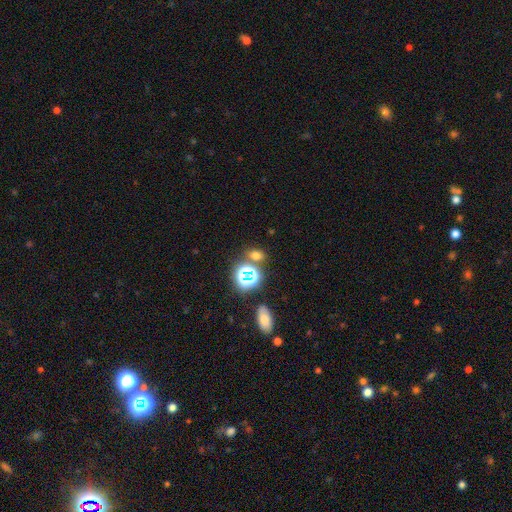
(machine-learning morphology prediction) This appears to be a smooth galaxy with no disk features (58%) that is in between round and cigar-shaped (58%). Merging: none (73%).